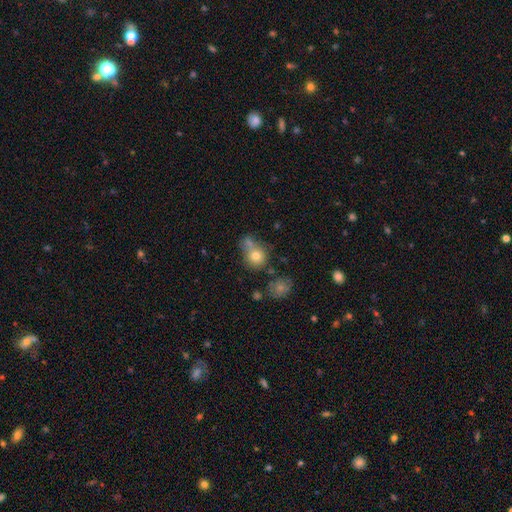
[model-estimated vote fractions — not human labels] Smooth or featured? Predicted: smooth (p=0.74). How rounded? Predicted: round (p=0.71). Merging? Predicted: none (p=0.46).